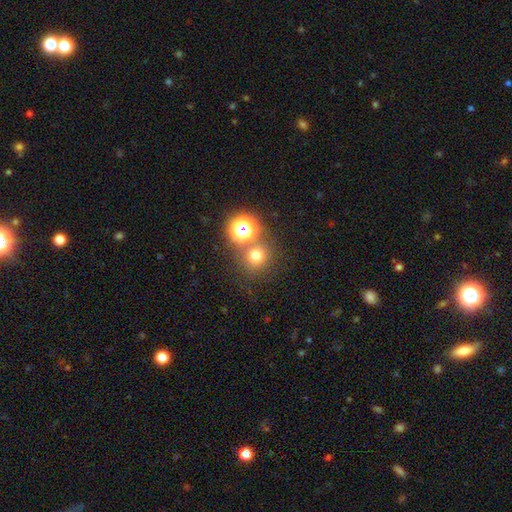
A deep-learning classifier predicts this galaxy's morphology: Q: Smooth or featured?
A: smooth (69%); runner-up: star or artifact (23%)
Q: How rounded?
A: round (90%); runner-up: in between (9%)
Q: Merging?
A: none (71%); runner-up: merger (17%)